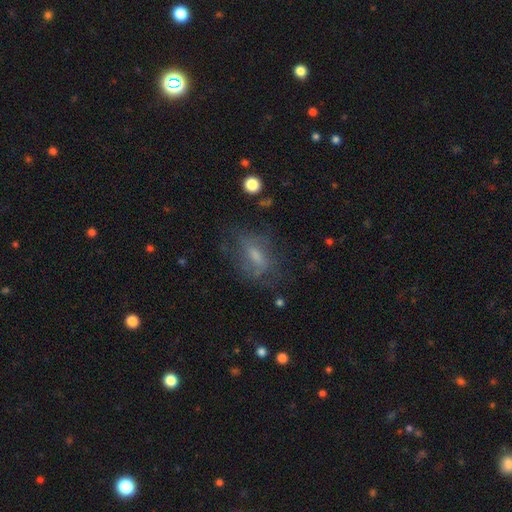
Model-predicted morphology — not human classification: smooth_or_featured: smooth (p=0.46) [alt: featured or disk p=0.41]
merging: none (p=0.58) [alt: minor disturbance p=0.22]